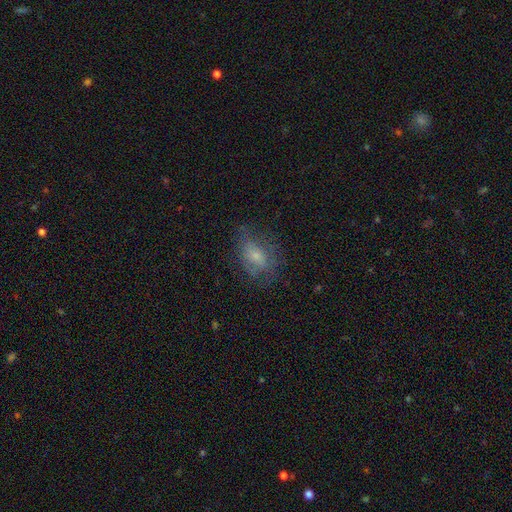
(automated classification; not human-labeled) This appears to be a smooth galaxy with no disk features (49%). Merging: none (59%).